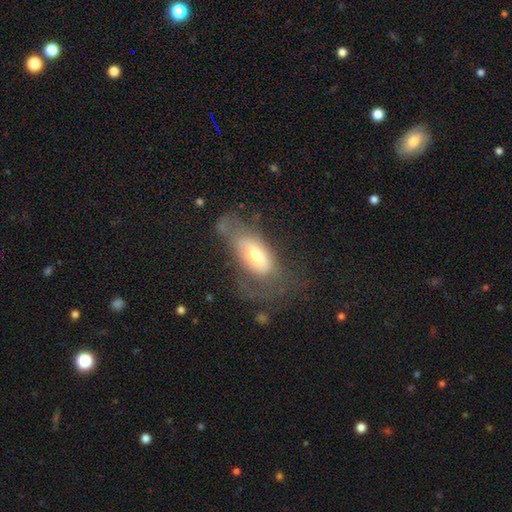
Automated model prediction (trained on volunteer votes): The model was most divided on "merging": major disturbance: 36%, none: 33%, minor disturbance: 27%, merger: 4%. More confident: how rounded — in between (86%); smooth or featured — smooth (53%).